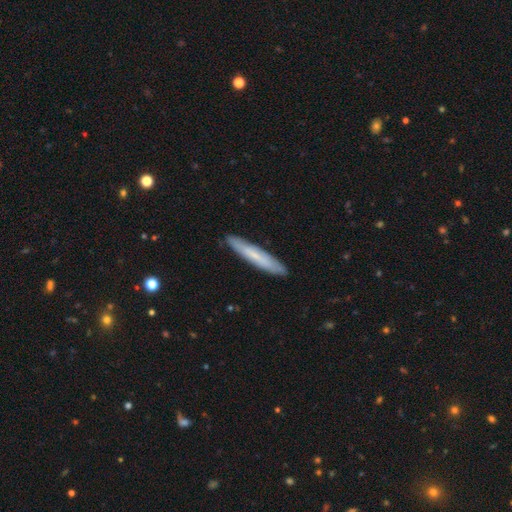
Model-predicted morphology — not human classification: smooth_or_featured: smooth (p=0.59) [alt: featured or disk p=0.35]
how_rounded: cigar-shaped (p=0.92) [alt: in between p=0.07]
merging: none (p=0.89) [alt: minor disturbance p=0.09]